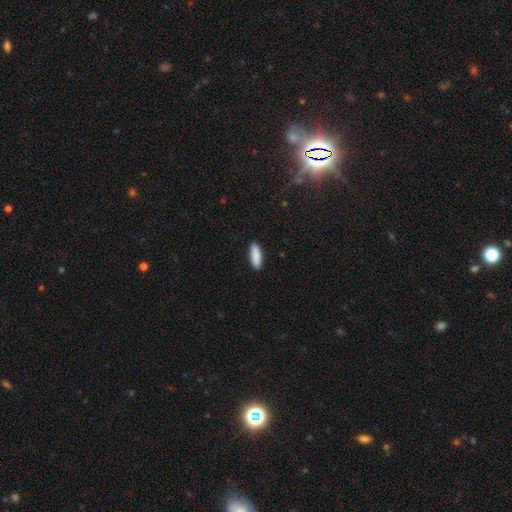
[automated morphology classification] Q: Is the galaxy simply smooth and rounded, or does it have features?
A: smooth — 90%.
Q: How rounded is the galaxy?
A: in between — 56%.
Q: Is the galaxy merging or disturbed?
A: none — 91%.